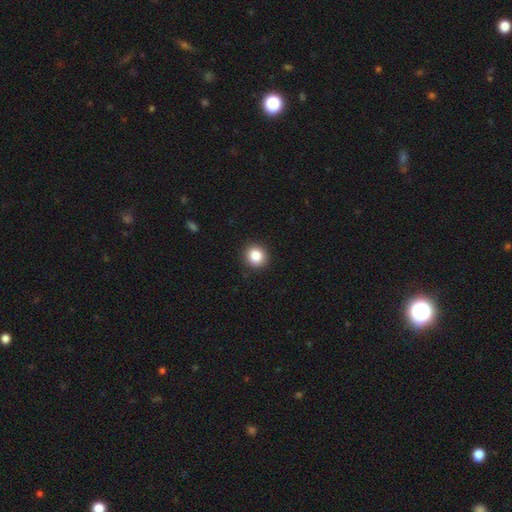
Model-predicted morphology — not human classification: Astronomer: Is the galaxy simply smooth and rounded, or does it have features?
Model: smooth — 86%.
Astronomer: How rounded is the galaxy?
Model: round — 86%.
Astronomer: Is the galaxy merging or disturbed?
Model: none — 91%.